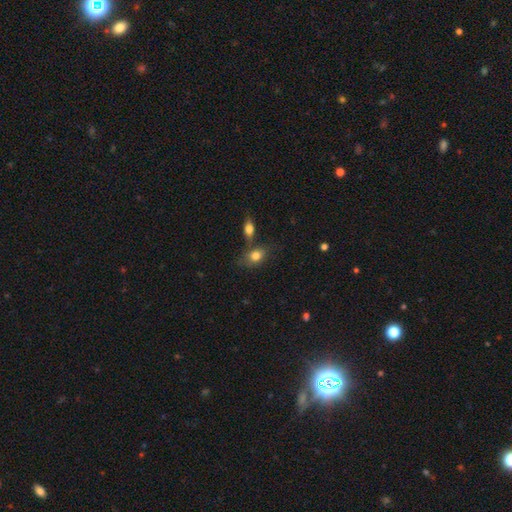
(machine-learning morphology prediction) smooth 79%, featured or disk 11%, star or artifact 9%. Down the decision tree: how rounded — in between (75%); merging — none (52%).